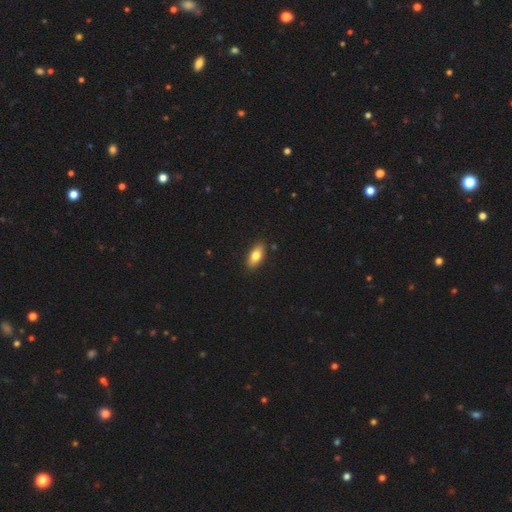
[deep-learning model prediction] Q: Smooth or featured?
A: smooth (77%); runner-up: featured or disk (16%)
Q: How rounded?
A: in between (86%); runner-up: cigar-shaped (11%)
Q: Merging?
A: none (88%); runner-up: minor disturbance (9%)